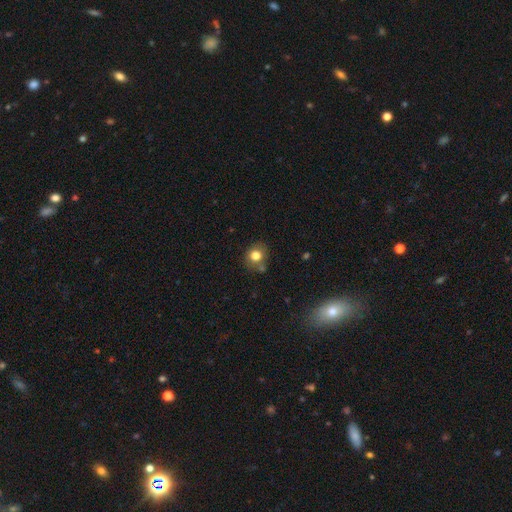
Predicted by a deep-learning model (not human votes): Smooth or featured?
  - smooth: 79% *
  - star or artifact: 11%
  - featured or disk: 10%
How rounded?
  - round: 75% *
  - in between: 24%
  - cigar-shaped: 1%
Merging?
  - none: 69% *
  - minor disturbance: 17%
  - merger: 8%
  - major disturbance: 5%